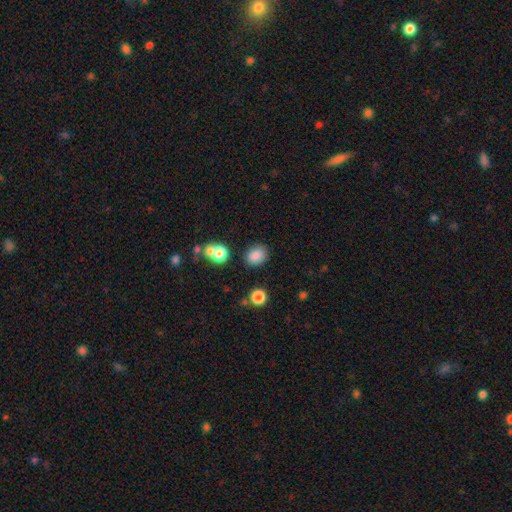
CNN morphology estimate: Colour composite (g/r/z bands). It shows a smooth galaxy with no disk features (83%) that is round (51%). Merging: none (79%).